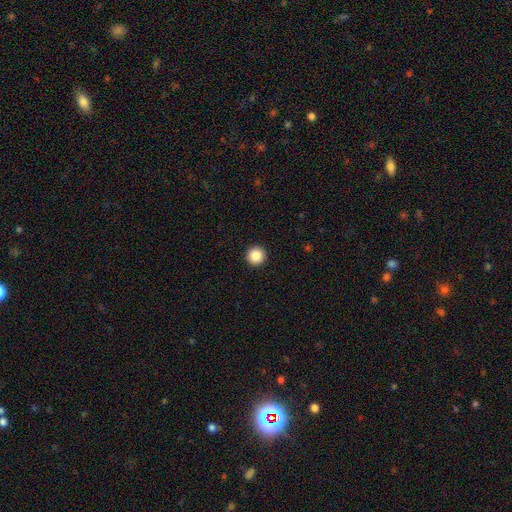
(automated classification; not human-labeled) This is clearly a smooth galaxy (87%). How rounded: clearly round (96%). Merging: clearly none (94%).